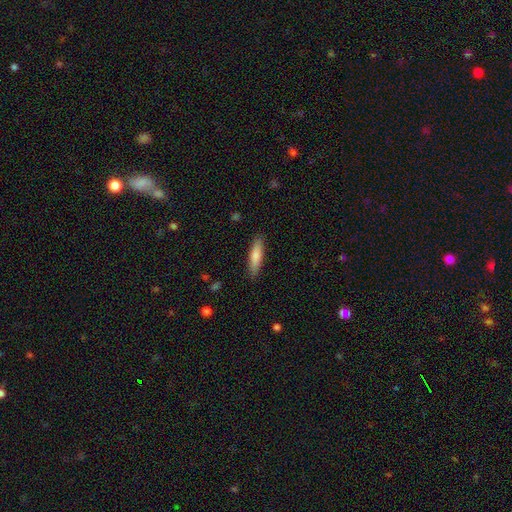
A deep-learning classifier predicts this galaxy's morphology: Smooth or featured? Predicted: smooth (p=0.78). How rounded? Predicted: cigar-shaped (p=0.73). Merging? Predicted: none (p=0.88).